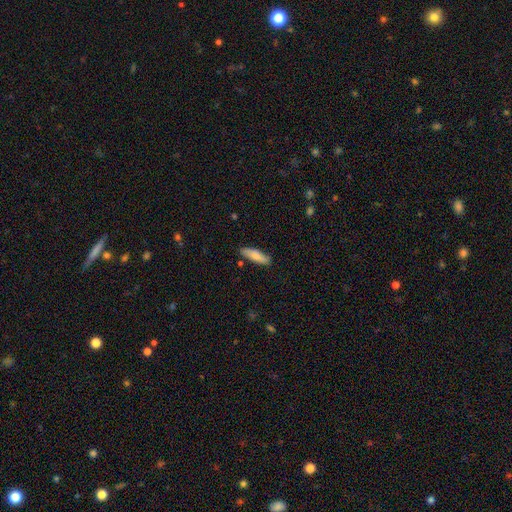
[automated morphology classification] Smooth or featured? smooth (80%)
How rounded? cigar-shaped (56%)
Merging? none (84%)